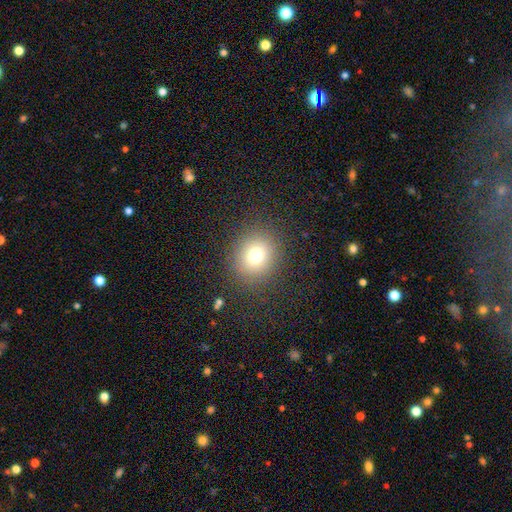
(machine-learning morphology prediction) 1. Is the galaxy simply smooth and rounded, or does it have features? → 74% smooth, 16% star or artifact, 10% featured or disk.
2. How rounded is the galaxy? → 82% round, 17% in between, 1% cigar-shaped.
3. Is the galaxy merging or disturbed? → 87% none, 7% minor disturbance, 4% major disturbance, 1% merger.